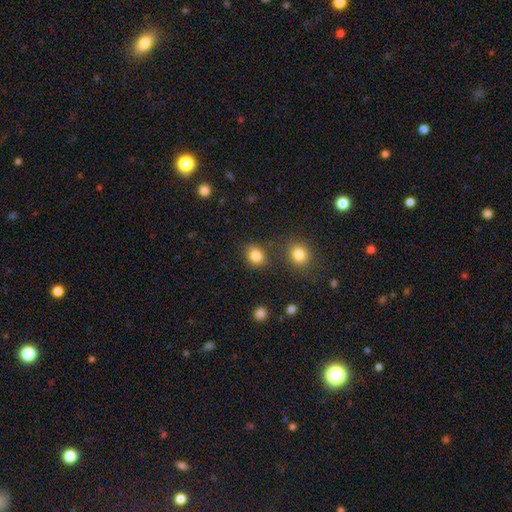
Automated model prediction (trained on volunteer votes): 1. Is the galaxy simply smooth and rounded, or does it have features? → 84% smooth, 11% star or artifact, 5% featured or disk.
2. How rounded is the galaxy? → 54% round, 45% in between, 1% cigar-shaped.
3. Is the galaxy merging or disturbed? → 78% none, 12% minor disturbance, 6% merger, 4% major disturbance.